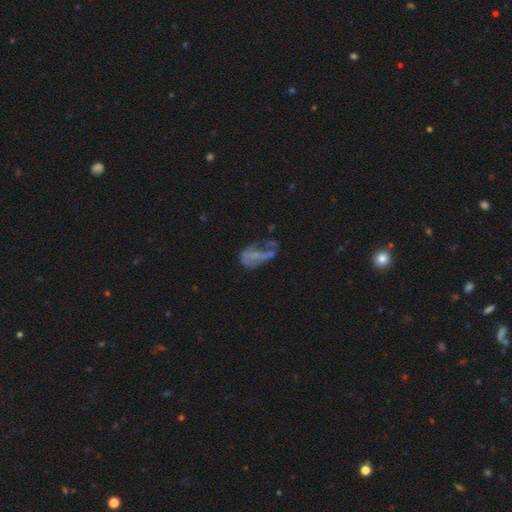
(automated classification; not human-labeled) featured or disk 53%, smooth 30%, star or artifact 17%. Down the decision tree: edge-on disk — no (95%); bar — no (71%); spiral arms — no (72%); bulge size — none (67%); merging — major disturbance (44%).